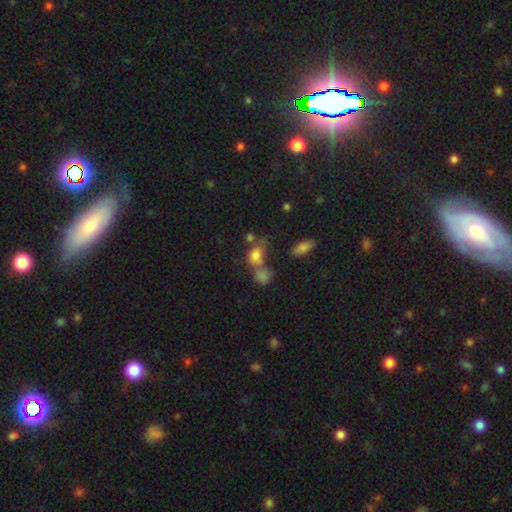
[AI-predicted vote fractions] A smooth galaxy with no disk features (74%) that is in between round and cigar-shaped (63%). Merging: merger (45%).